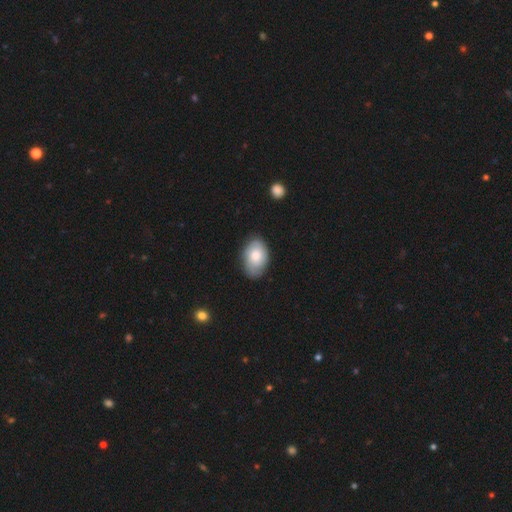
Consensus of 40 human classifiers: Q: Smooth or featured?
A: smooth (82%); runner-up: featured or disk (12%)
Q: How rounded?
A: in between (94%); runner-up: round (6%)
Q: Merging?
A: none (76%); runner-up: minor disturbance (18%)